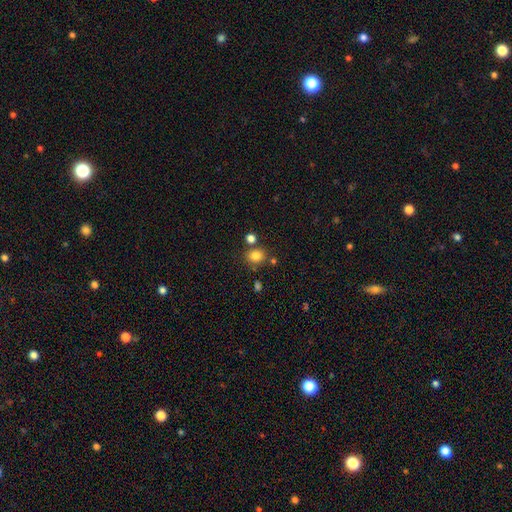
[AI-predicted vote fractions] A smooth galaxy with no disk features (81%) that is round (66%). Merging: none (73%).